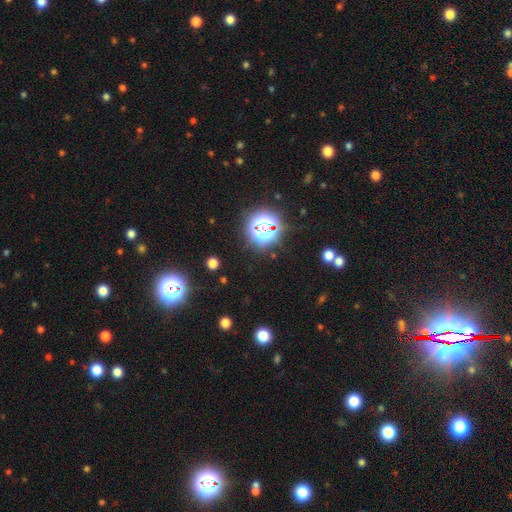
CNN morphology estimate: This appears to be a star or artifact, not a galaxy (79%).